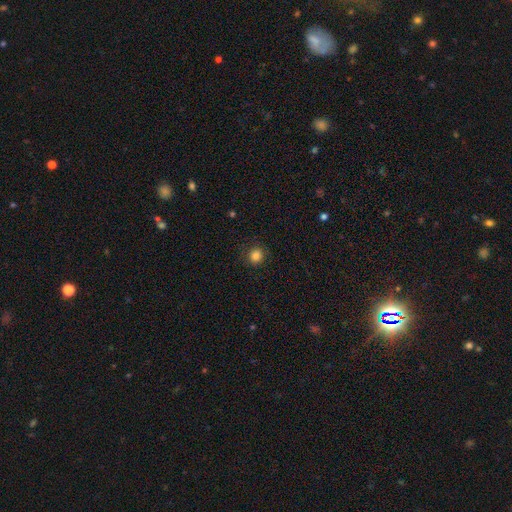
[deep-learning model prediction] Smooth or featured?
  - smooth: 84% *
  - star or artifact: 12%
  - featured or disk: 4%
How rounded?
  - round: 87% *
  - in between: 12%
  - cigar-shaped: 1%
Merging?
  - none: 88% *
  - minor disturbance: 8%
  - major disturbance: 3%
  - merger: 1%